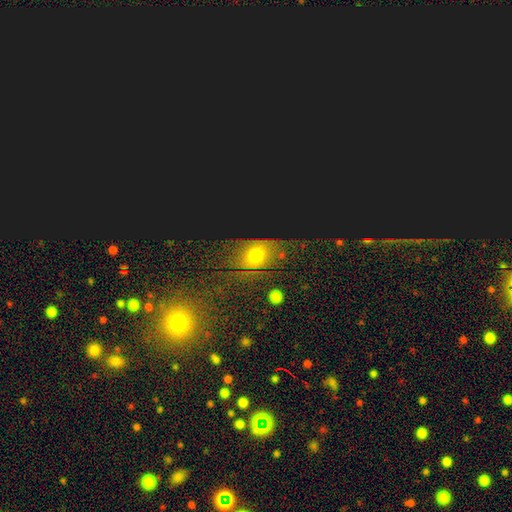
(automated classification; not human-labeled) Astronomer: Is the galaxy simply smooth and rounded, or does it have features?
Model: smooth — 48% (runner-up: star or artifact, 32%).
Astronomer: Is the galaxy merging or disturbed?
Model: none — 65%.